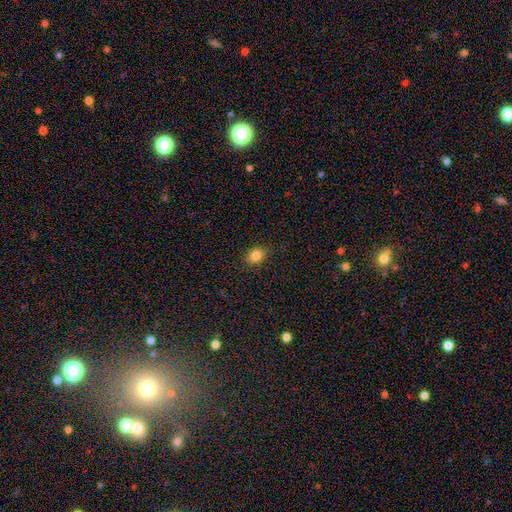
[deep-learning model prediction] Smooth or featured? Predicted: smooth (p=0.84). How rounded? Predicted: in between (p=0.50). Merging? Predicted: none (p=0.87).